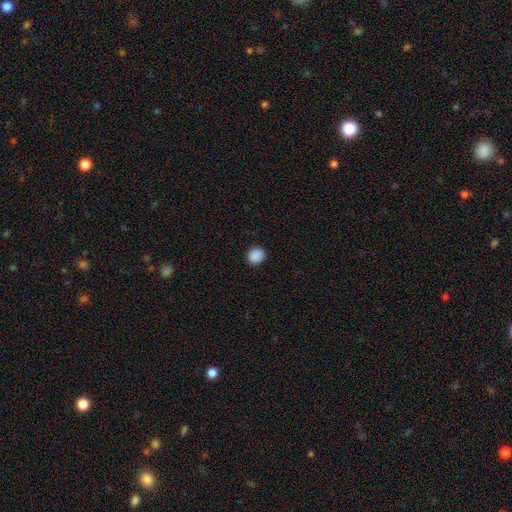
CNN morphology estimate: Q: Smooth or featured?
A: smooth (89%); runner-up: star or artifact (9%)
Q: How rounded?
A: round (80%); runner-up: in between (20%)
Q: Merging?
A: none (92%); runner-up: minor disturbance (6%)